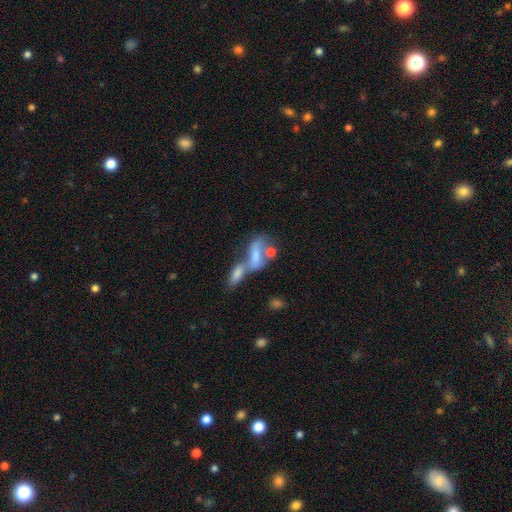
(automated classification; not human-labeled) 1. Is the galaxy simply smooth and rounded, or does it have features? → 55% smooth, 34% featured or disk, 12% star or artifact.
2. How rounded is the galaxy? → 74% in between, 19% cigar-shaped, 7% round.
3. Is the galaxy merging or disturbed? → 68% merger, 15% none, 9% major disturbance, 8% minor disturbance.